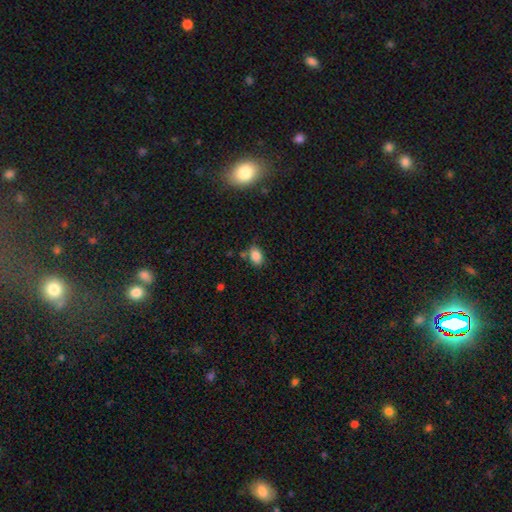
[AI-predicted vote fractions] smooth_or_featured: smooth (p=0.84) [alt: star or artifact p=0.10]
how_rounded: in between (p=0.76) [alt: round p=0.22]
merging: none (p=0.71) [alt: minor disturbance p=0.17]